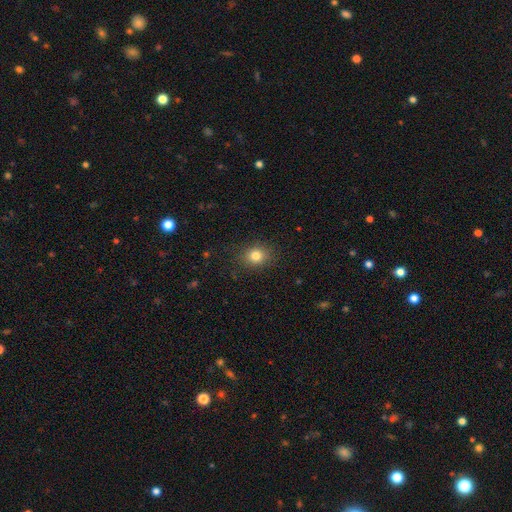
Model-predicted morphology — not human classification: This appears to be a smooth galaxy with no disk features (80%) that is round (72%). Merging: none (87%).